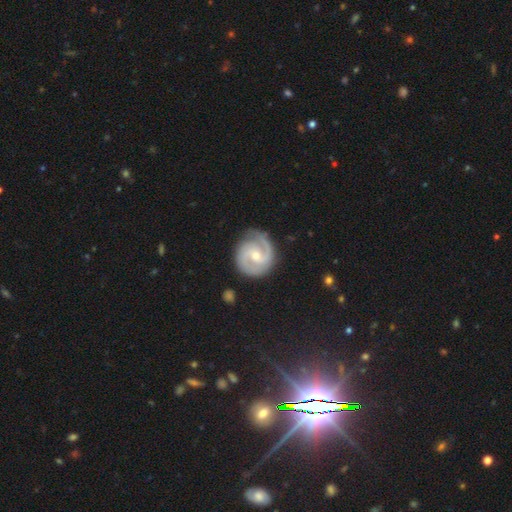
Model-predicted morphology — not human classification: A featured or disk galaxy (88%) with no bar (47%), 2 (86%) medium (46%) spiral arms (98%) and a small central bulge (55%).

Vote fractions:
- Smooth or featured? featured or disk: 88% / smooth: 7% / star or artifact: 4%
- Edge-on disk? no: 98% / yes: 2%
- Bar? no: 47% / weak: 43% / strong: 10%
- Spiral arms? yes: 98% / no: 2%
- Spiral winding? medium: 46% / tight: 45% / loose: 9%
- Spiral arm count? 2: 86% / 3: 5% / can't tell: 4% / 1: 2% / 4: 1% / more than 4: 1%
- Bulge size? small: 55% / moderate: 42% / large: 1% / none: 1% / dominant: 1%
- Merging? none: 82% / minor disturbance: 13% / major disturbance: 4% / merger: 1%